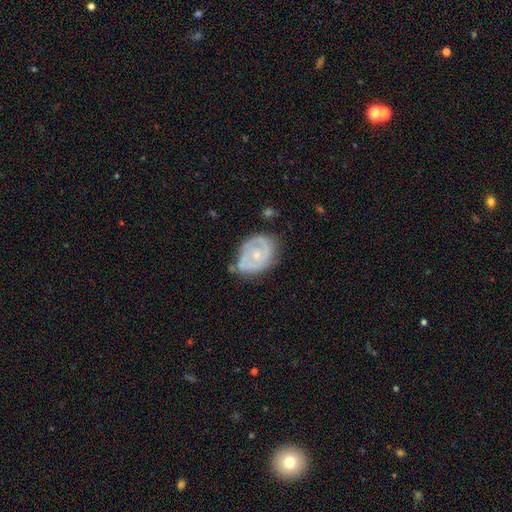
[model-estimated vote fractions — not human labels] This is likely a featured or disk galaxy (74%). It is clearly not viewed edge-on (97%). Bar: likely no (69%). Spiral arm pattern: likely yes (78%). Spiral arm count: possibly 2 (50%). Spiral winding: possibly tight (58%). Central bulge: possibly small (57%). Merging: possibly none (55%).